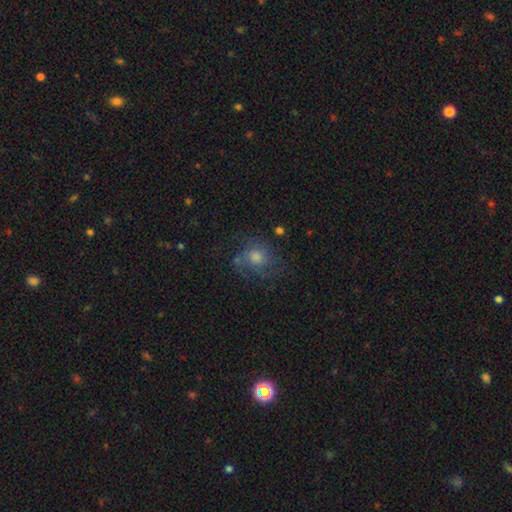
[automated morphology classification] The model was most divided on "smooth or featured": smooth: 44%, featured or disk: 38%, star or artifact: 17%. More confident: merging — none (63%).